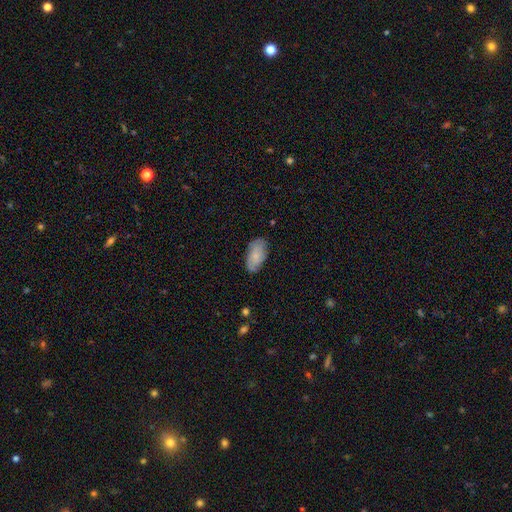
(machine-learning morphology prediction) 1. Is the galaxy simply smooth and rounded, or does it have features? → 60% smooth, 33% featured or disk, 7% star or artifact.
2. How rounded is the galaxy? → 93% in between, 4% cigar-shaped, 4% round.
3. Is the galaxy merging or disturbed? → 73% none, 21% minor disturbance, 5% major disturbance, 1% merger.